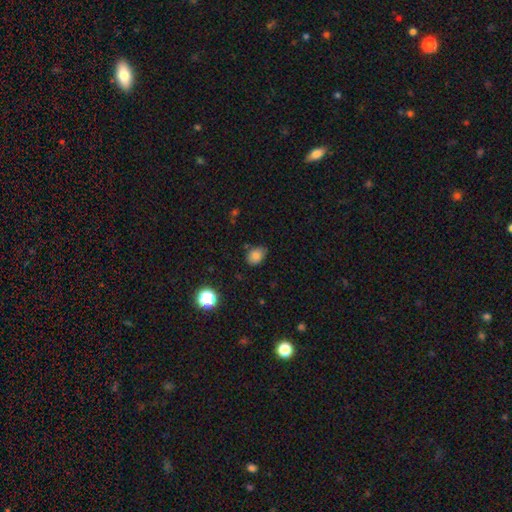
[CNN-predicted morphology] This appears to be a smooth galaxy with no disk features (80%) that is in between round and cigar-shaped (58%). Merging: none (68%).